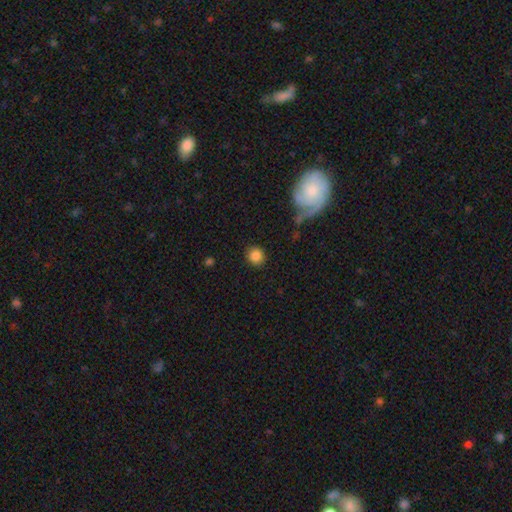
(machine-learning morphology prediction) smooth_or_featured: smooth (p=0.85) [alt: star or artifact p=0.09]
how_rounded: round (p=0.88) [alt: in between p=0.11]
merging: none (p=0.88) [alt: minor disturbance p=0.07]